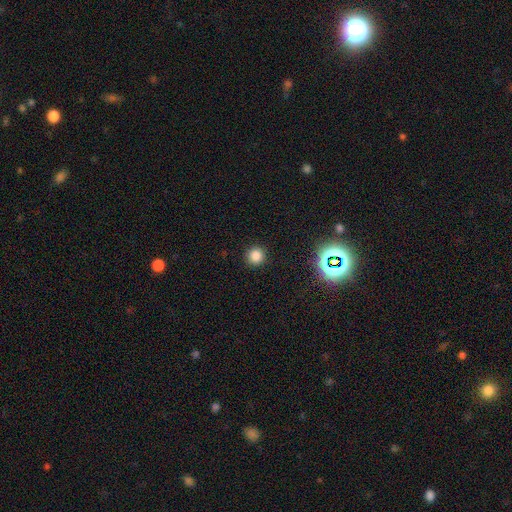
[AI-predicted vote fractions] smooth-or-featured: smooth: 80% | star or artifact: 16% | featured or disk: 4%
  how-rounded: round: 93% | in between: 6% | cigar-shaped: 1%
  merging: none: 90% | minor disturbance: 6% | major disturbance: 2% | merger: 1%